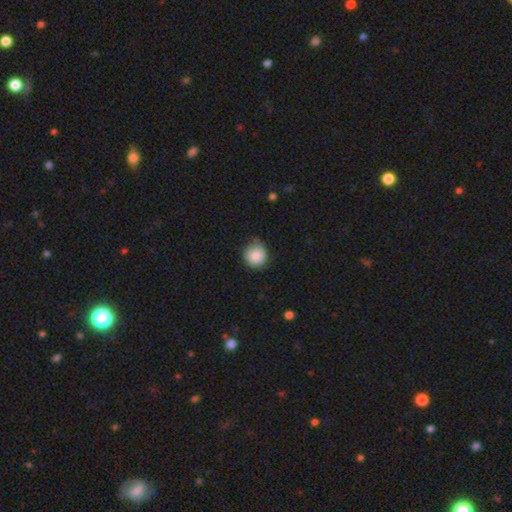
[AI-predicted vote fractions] This appears to be a smooth galaxy with no disk features (87%) that is round (89%). Merging: none (70%).